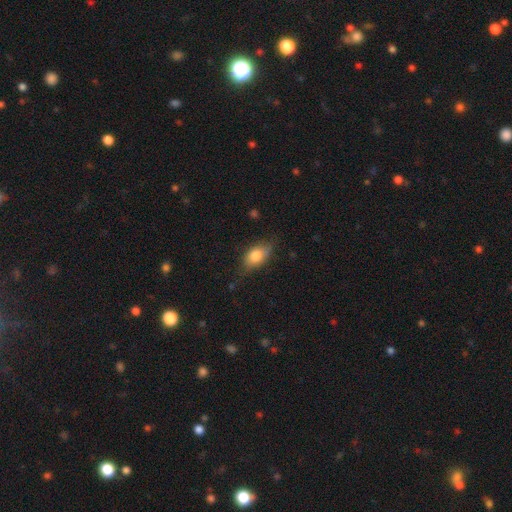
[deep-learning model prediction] Smooth or featured? smooth (78%)
How rounded? in between (86%)
Merging? none (68%)